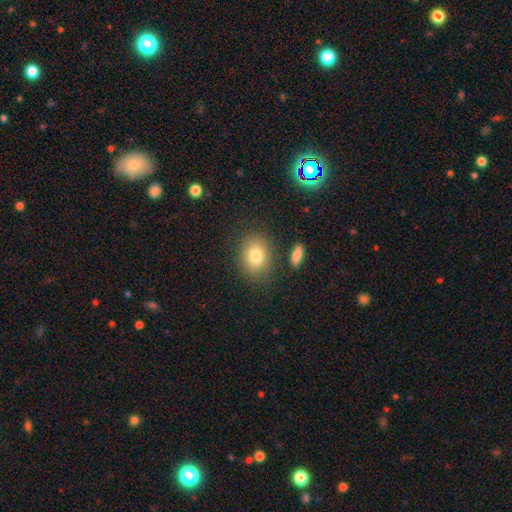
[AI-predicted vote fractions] Smooth or featured?
  - smooth: 80% *
  - featured or disk: 10%
  - star or artifact: 10%
How rounded?
  - in between: 56% *
  - round: 42%
  - cigar-shaped: 1%
Merging?
  - none: 82% *
  - minor disturbance: 11%
  - major disturbance: 4%
  - merger: 4%